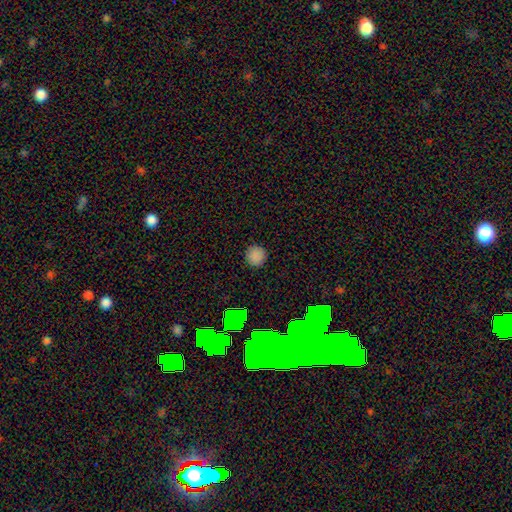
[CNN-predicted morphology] This appears to be a smooth galaxy with no disk features (82%) that is round (95%). Merging: none (91%).